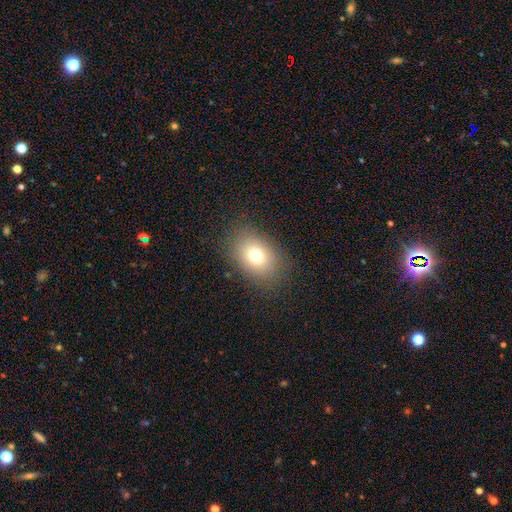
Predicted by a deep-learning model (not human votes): A smooth galaxy with no disk features (73%) that is in between round and cigar-shaped (70%). Merging: none (84%).